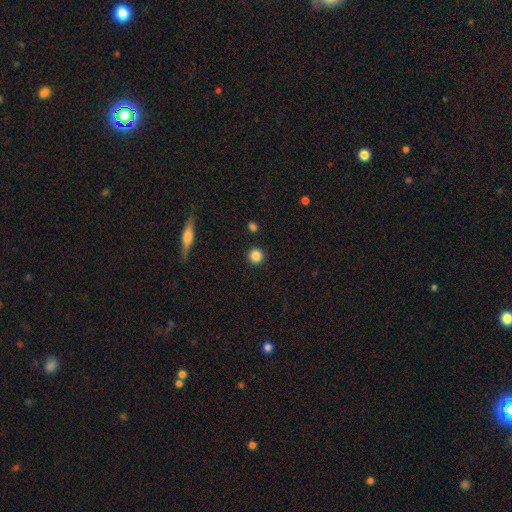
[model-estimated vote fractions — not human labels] Q: Smooth or featured?
A: smooth (85%); runner-up: star or artifact (10%)
Q: How rounded?
A: round (95%); runner-up: in between (4%)
Q: Merging?
A: none (91%); runner-up: minor disturbance (5%)